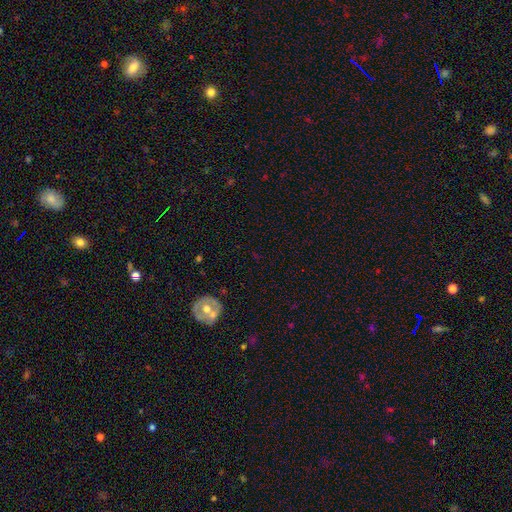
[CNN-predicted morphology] Smooth or featured? Predicted: star or artifact (p=0.46).